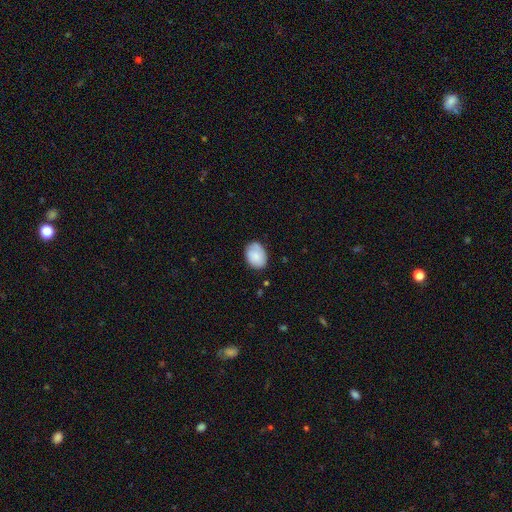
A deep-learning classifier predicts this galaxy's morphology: type=smooth (84%); roundness=in between (77%); merging=none (77%).